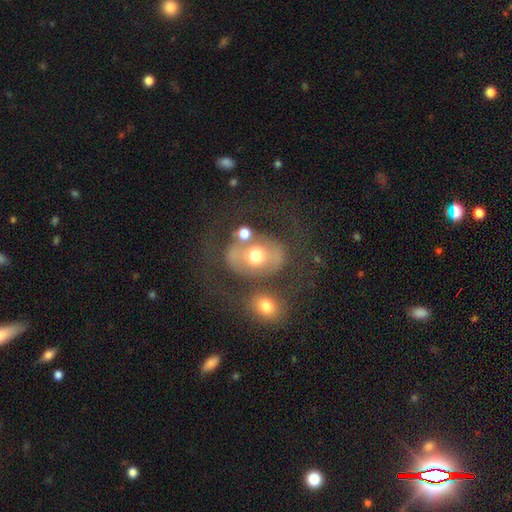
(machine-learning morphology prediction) This is possibly a featured or disk galaxy (46%). Merging: possibly none (52%).